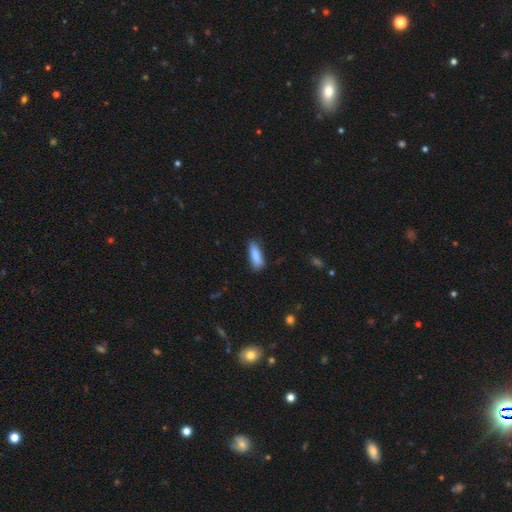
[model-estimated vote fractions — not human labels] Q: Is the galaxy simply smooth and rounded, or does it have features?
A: smooth — 86%.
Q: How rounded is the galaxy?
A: in between — 56%.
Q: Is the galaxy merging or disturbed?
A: none — 75%.